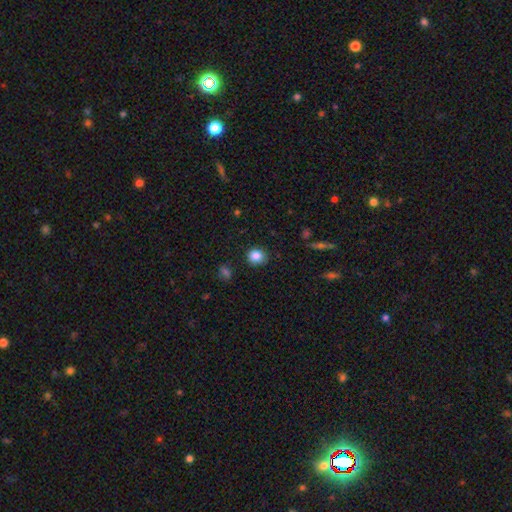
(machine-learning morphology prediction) Overall: smooth (85%). How rounded: round (81%). Merging: none (85%).